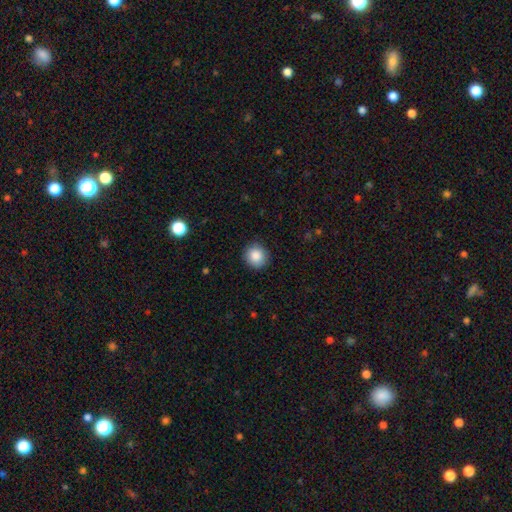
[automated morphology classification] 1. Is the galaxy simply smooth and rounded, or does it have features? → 87% smooth, 9% star or artifact, 5% featured or disk.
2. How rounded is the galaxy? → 91% round, 8% in between, 1% cigar-shaped.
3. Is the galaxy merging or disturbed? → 90% none, 7% minor disturbance, 2% major disturbance, 1% merger.